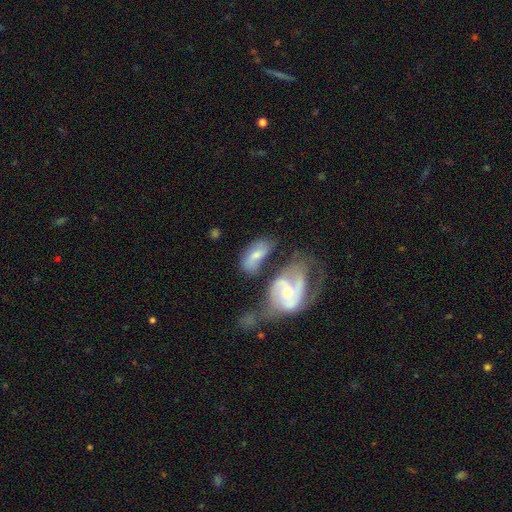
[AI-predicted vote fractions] This is possibly a featured or disk galaxy (50%). Merging: marginally merger (38%).